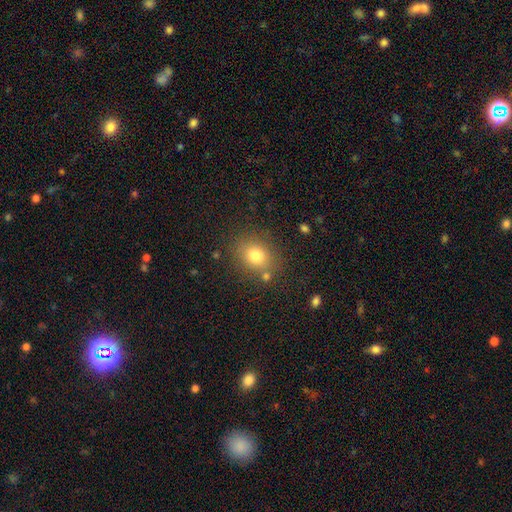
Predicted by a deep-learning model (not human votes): smooth_or_featured: smooth (p=0.77) [alt: star or artifact p=0.12]
how_rounded: round (p=0.56) [alt: in between p=0.43]
merging: none (p=0.77) [alt: minor disturbance p=0.12]